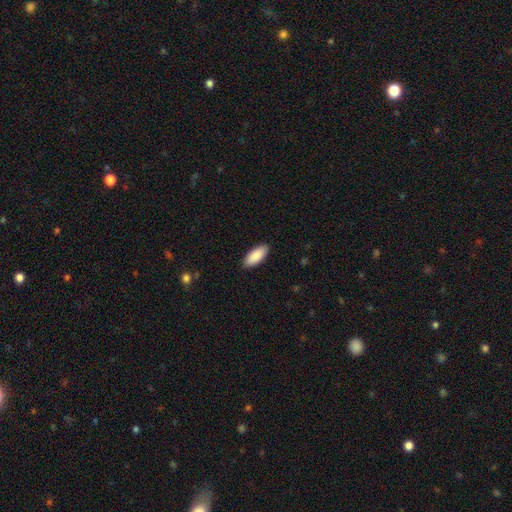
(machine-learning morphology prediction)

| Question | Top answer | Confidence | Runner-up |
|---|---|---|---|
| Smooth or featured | smooth | 89% | star or artifact (5%) |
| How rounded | in between | 86% | cigar-shaped (13%) |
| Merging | none | 89% | minor disturbance (8%) |